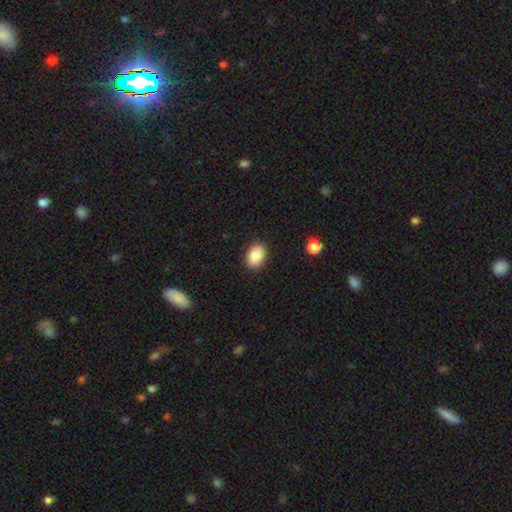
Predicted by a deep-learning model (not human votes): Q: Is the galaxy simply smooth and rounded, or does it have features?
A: smooth — 88%.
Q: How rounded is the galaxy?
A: in between — 87%.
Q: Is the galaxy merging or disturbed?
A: none — 89%.